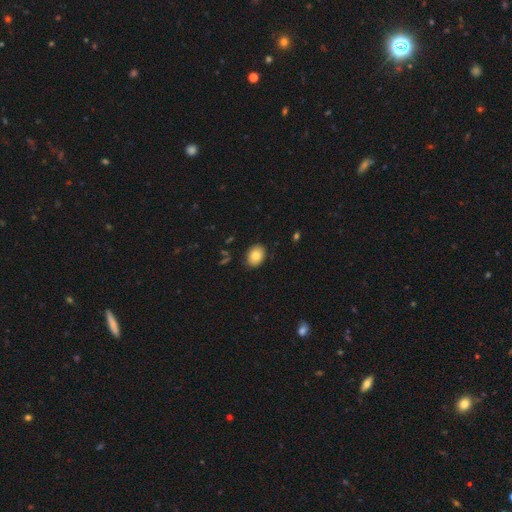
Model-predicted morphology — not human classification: A smooth galaxy with no disk features (82%) that is in between round and cigar-shaped (73%).

Vote fractions:
- Smooth or featured? smooth: 82% / featured or disk: 9% / star or artifact: 9%
- How rounded? in between: 73% / round: 26% / cigar-shaped: 1%
- Merging? none: 86% / minor disturbance: 11% / major disturbance: 2% / merger: 1%